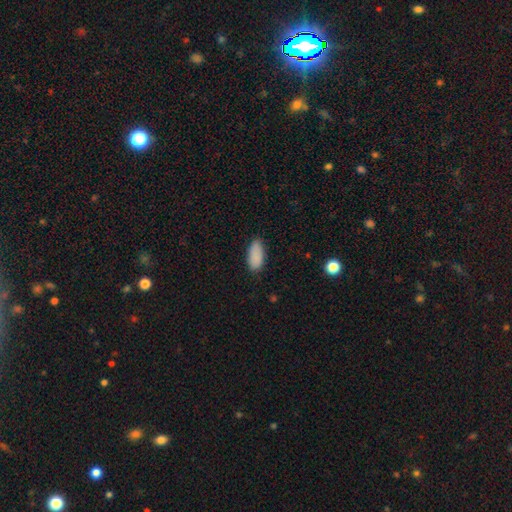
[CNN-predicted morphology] Smooth or featured? smooth (89%)
How rounded? in between (90%)
Merging? none (82%)